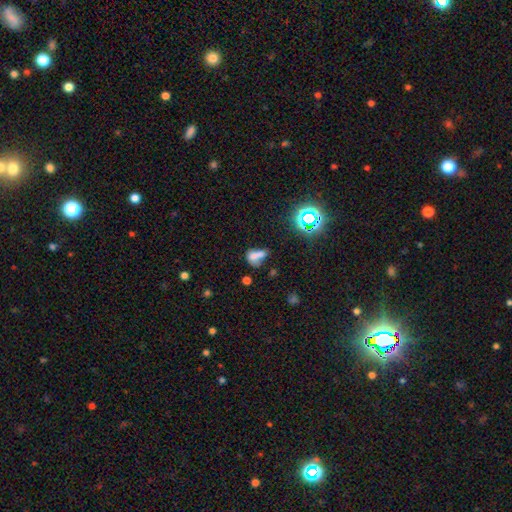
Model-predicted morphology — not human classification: Overall: smooth (61%). How rounded: in between (71%). Merging: merger (41%; none 26%).